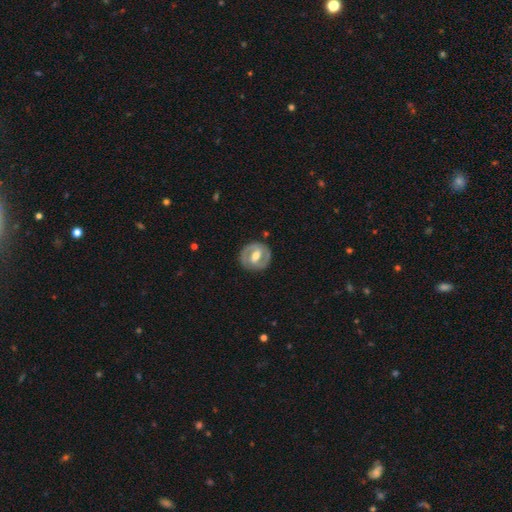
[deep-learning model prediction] Smooth or featured? Predicted: featured or disk (p=0.74). Edge-on disk? Predicted: no (p=0.96). Bar? Predicted: weak (p=0.43). Spiral arms? Predicted: yes (p=0.70). Spiral winding? Predicted: tight (p=0.51). Spiral arm count? Predicted: 2 (p=0.84). Bulge size? Predicted: moderate (p=0.68). Merging? Predicted: none (p=0.85).